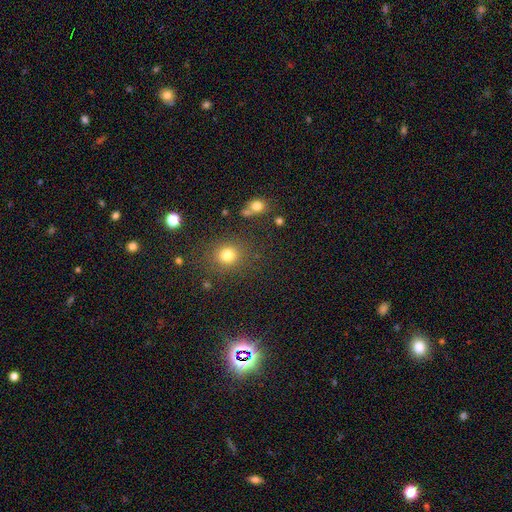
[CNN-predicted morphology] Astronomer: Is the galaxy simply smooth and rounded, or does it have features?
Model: smooth — 55% (runner-up: star or artifact, 37%).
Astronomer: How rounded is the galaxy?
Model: round — 80%.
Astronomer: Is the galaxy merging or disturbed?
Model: none — 84%.